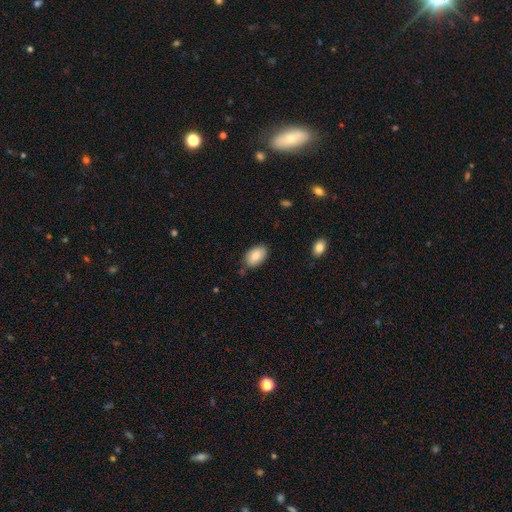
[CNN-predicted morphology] The model was most divided on "merging": none: 80%, minor disturbance: 15%, merger: 3%, major disturbance: 3%. More confident: how rounded — in between (92%); smooth or featured — smooth (82%).